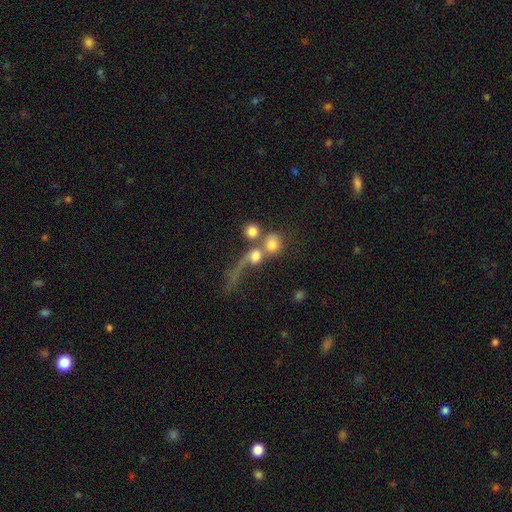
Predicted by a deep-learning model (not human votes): smooth_or_featured: smooth (p=0.61) [alt: featured or disk p=0.24]
how_rounded: round (p=0.77) [alt: in between p=0.18]
merging: merger (p=0.48) [alt: none p=0.27]